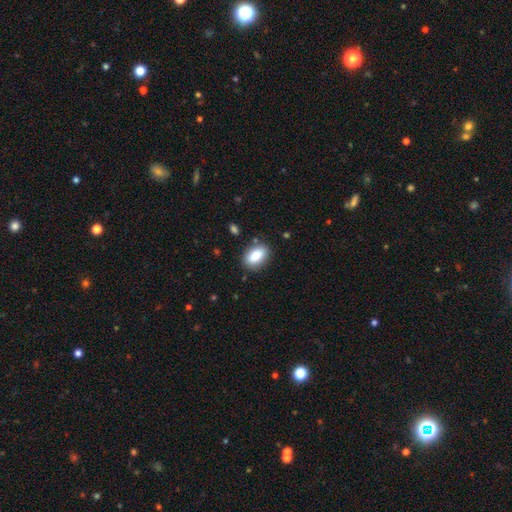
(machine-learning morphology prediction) Q: Smooth or featured?
A: smooth (84%); runner-up: featured or disk (9%)
Q: How rounded?
A: in between (89%); runner-up: round (7%)
Q: Merging?
A: none (85%); runner-up: minor disturbance (10%)